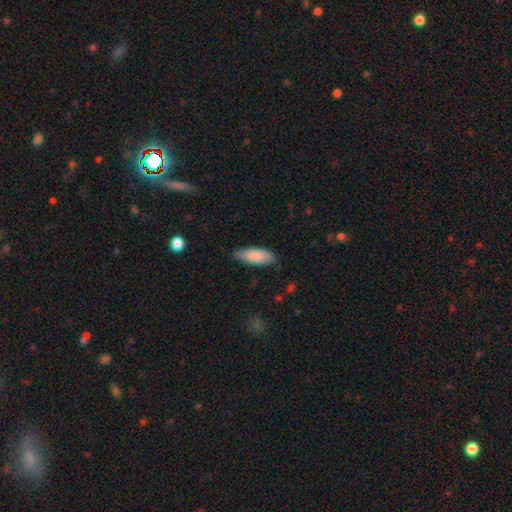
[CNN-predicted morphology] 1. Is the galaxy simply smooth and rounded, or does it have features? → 85% smooth, 10% featured or disk, 6% star or artifact.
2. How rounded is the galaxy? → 69% in between, 29% cigar-shaped, 2% round.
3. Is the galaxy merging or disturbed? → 78% none, 18% minor disturbance, 3% major disturbance, 1% merger.